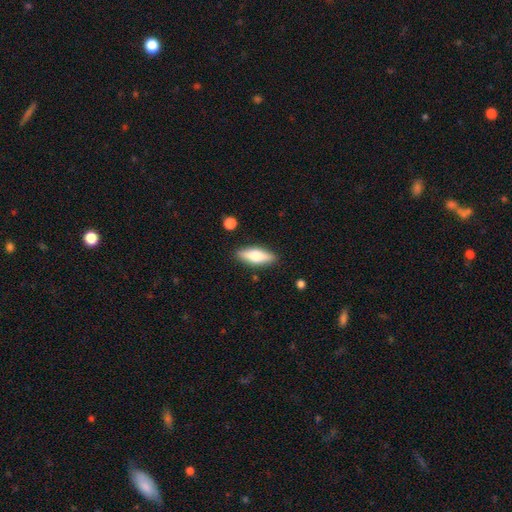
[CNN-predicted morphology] Smooth or featured? Predicted: smooth (p=0.60). How rounded? Predicted: in between (p=0.62). Merging? Predicted: none (p=0.87).